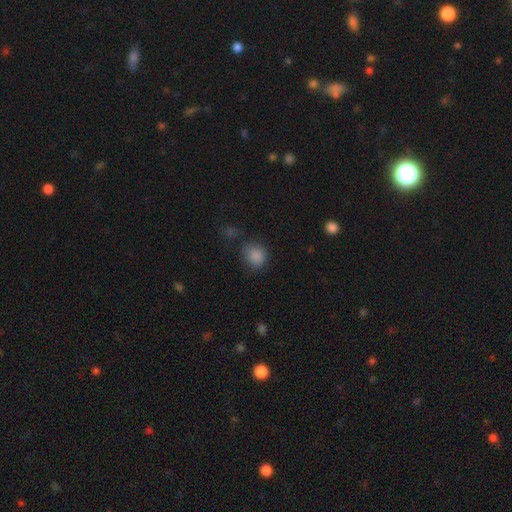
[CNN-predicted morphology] smooth_or_featured: smooth (p=0.86) [alt: star or artifact p=0.10]
how_rounded: round (p=0.75) [alt: in between p=0.24]
merging: none (p=0.70) [alt: minor disturbance p=0.18]